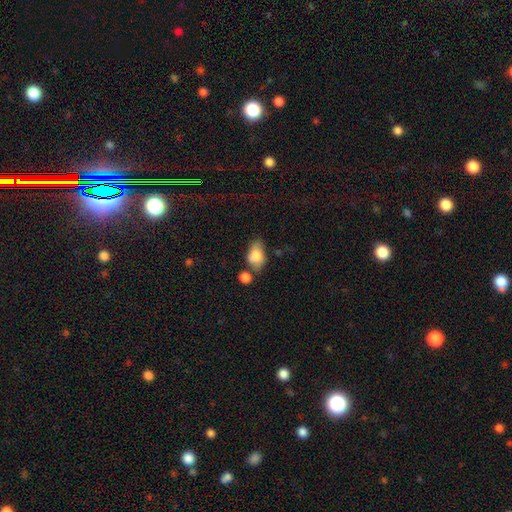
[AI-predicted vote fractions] A smooth galaxy with no disk features (80%) that is in between round and cigar-shaped (88%).

Vote fractions:
- Smooth or featured? smooth: 80% / featured or disk: 12% / star or artifact: 7%
- How rounded? in between: 88% / round: 10% / cigar-shaped: 2%
- Merging? none: 50% / minor disturbance: 25% / merger: 17% / major disturbance: 8%